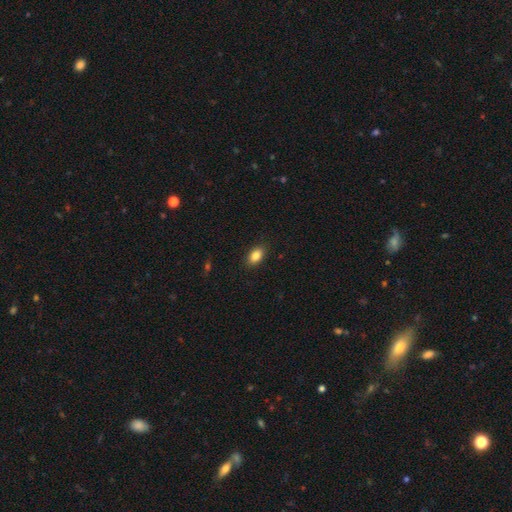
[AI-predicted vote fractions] Smooth or featured: smooth — 86% (star or artifact — 8%)
How rounded: in between — 90% (round — 8%)
Merging: none — 88% (minor disturbance — 9%)